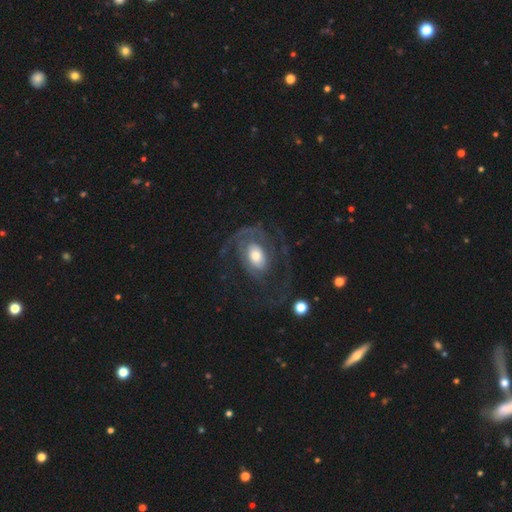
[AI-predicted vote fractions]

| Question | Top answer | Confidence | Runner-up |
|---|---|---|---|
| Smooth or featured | featured or disk | 79% | smooth (15%) |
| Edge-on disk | no | 97% | yes (3%) |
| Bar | no | 68% | weak (24%) |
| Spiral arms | yes | 87% | no (13%) |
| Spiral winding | medium | 40% | tight (37%) |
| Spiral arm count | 2 | 43% | can't tell (20%) |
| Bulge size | moderate | 55% | large (23%) |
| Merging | none | 51% | major disturbance (31%) |